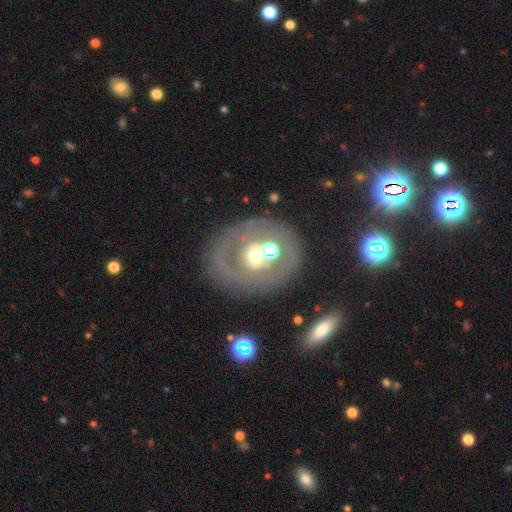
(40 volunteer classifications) This is likely a featured or disk galaxy (60%). It is clearly not viewed edge-on (83%). Bar: possibly no (50%). Spiral arm pattern: clearly no (95%). Central bulge: likely moderate (65%). Merging: likely none (65%).